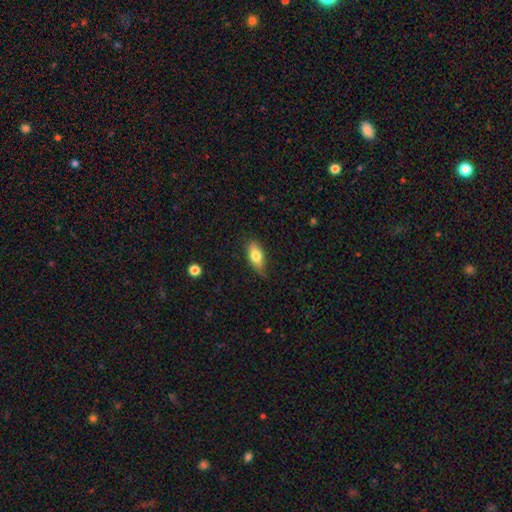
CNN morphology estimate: type=smooth (76%); roundness=in between (83%); merging=none (73%).